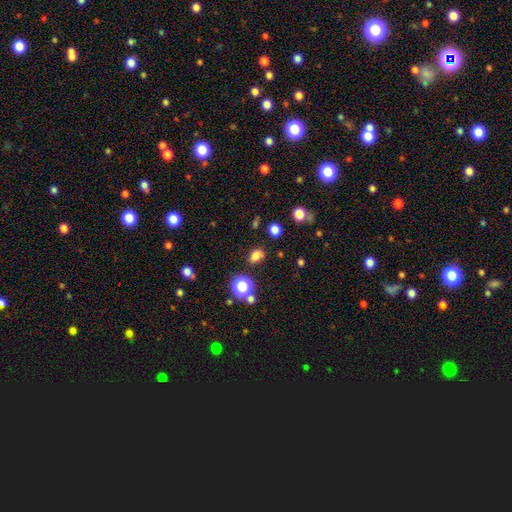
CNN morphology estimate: A smooth galaxy with no disk features (77%) that is in between round and cigar-shaped (66%).

Vote fractions:
- Smooth or featured? smooth: 77% / star or artifact: 17% / featured or disk: 6%
- How rounded? in between: 66% / round: 32% / cigar-shaped: 2%
- Merging? none: 81% / minor disturbance: 12% / merger: 4% / major disturbance: 3%